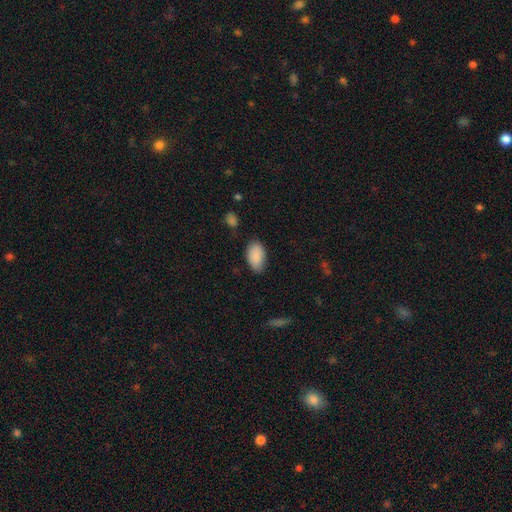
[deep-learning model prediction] A smooth galaxy with no disk features (89%) that is in between round and cigar-shaped (94%).

Vote fractions:
- Smooth or featured? smooth: 89% / star or artifact: 7% / featured or disk: 4%
- How rounded? in between: 94% / round: 5% / cigar-shaped: 2%
- Merging? none: 76% / minor disturbance: 18% / major disturbance: 4% / merger: 2%